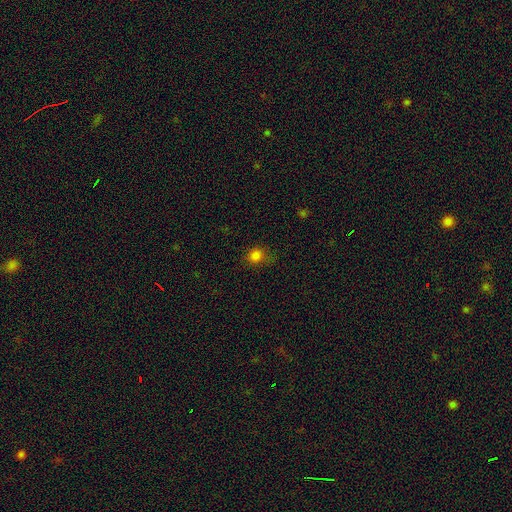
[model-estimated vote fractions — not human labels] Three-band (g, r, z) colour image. It shows a smooth galaxy with no disk features (79%) that is round (74%). Merging: none (68%).